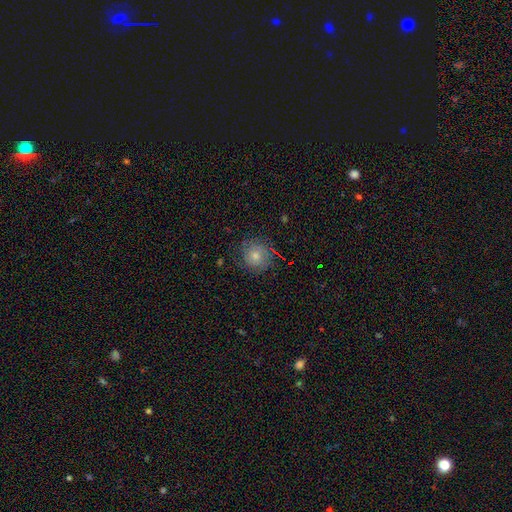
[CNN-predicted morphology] This is likely a smooth galaxy (65%). How rounded: clearly round (90%). Merging: likely none (77%).